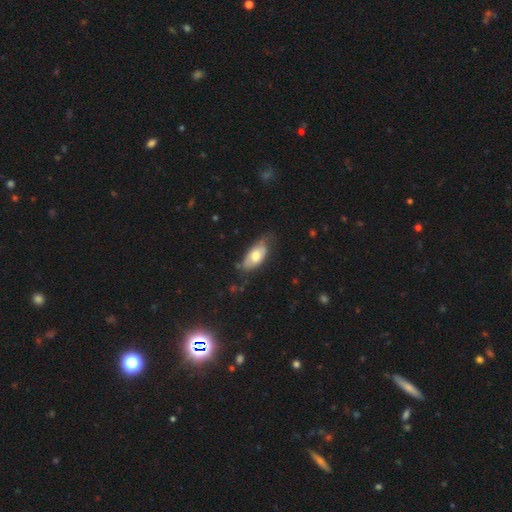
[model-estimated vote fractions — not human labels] smooth-or-featured: smooth: 61% | featured or disk: 33% | star or artifact: 6%
  how-rounded: in between: 89% | cigar-shaped: 8% | round: 3%
  merging: none: 57% | minor disturbance: 32% | major disturbance: 9% | merger: 2%